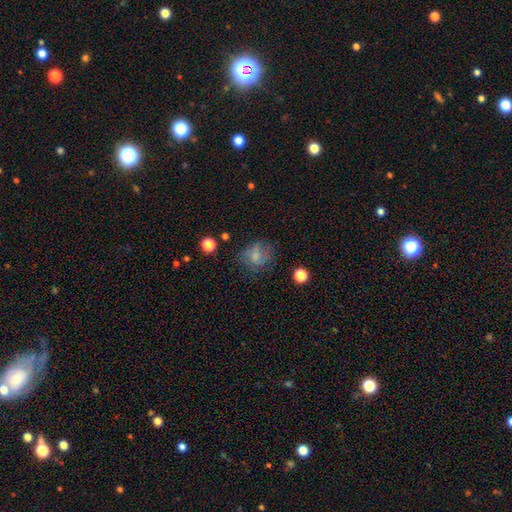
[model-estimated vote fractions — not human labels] The model was most divided on "how rounded": round: 65%, in between: 34%, cigar-shaped: 1%. More confident: smooth or featured — smooth (65%); merging — none (59%).